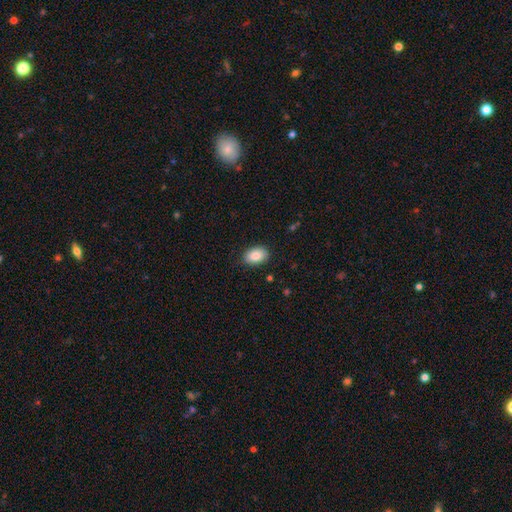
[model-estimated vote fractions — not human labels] Overall: smooth (87%). How rounded: in between (86%). Merging: none (85%).